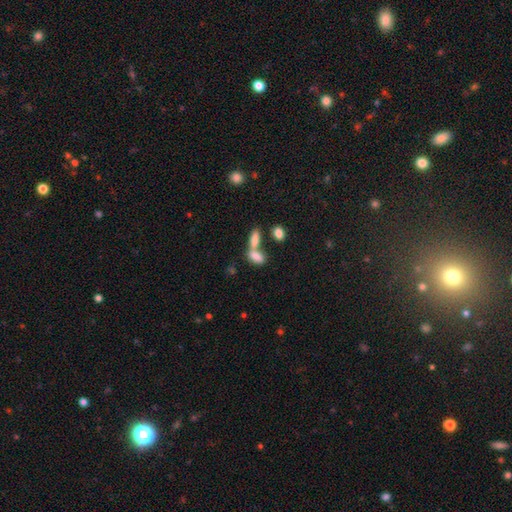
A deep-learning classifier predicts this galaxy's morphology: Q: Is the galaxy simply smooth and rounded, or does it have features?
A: smooth — 78%.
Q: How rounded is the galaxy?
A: in between — 81%.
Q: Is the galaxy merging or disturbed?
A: merger — 54%.